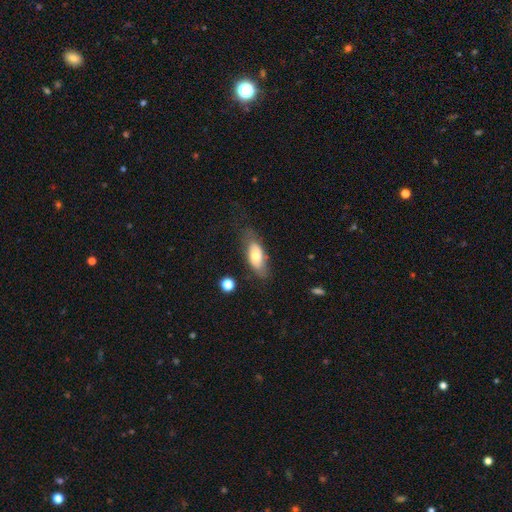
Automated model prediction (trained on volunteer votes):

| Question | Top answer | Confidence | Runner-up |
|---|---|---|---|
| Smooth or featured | smooth | 63% | featured or disk (30%) |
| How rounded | in between | 83% | cigar-shaped (14%) |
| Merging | none | 65% | minor disturbance (24%) |